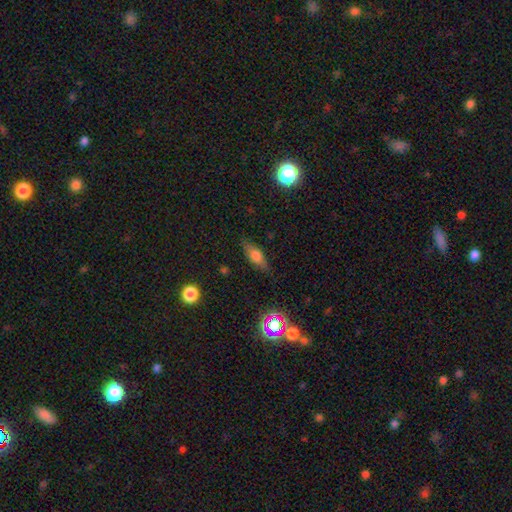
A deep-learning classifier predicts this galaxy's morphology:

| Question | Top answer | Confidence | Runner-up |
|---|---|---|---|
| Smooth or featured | smooth | 60% | featured or disk (29%) |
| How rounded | in between | 63% | cigar-shaped (32%) |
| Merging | none | 81% | minor disturbance (14%) |